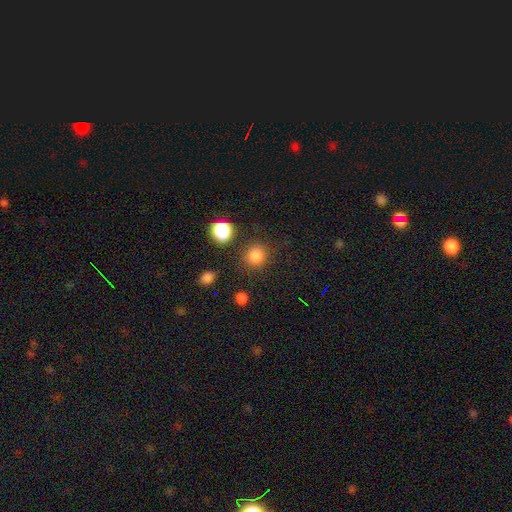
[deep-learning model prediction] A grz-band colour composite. It shows a smooth galaxy with no disk features (82%) that is round (89%). Merging: none (83%).